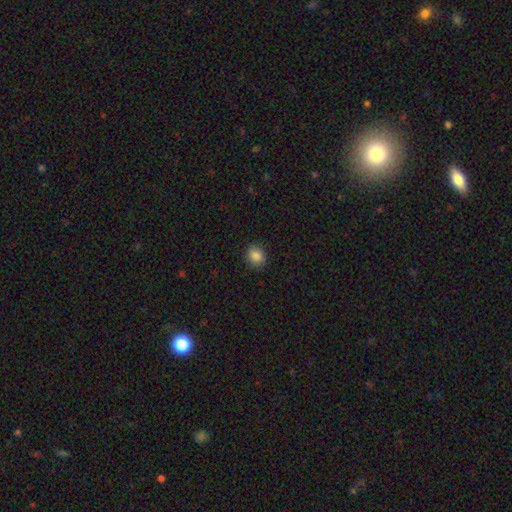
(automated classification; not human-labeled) smooth 86%, star or artifact 10%, featured or disk 4%. Down the decision tree: how rounded — round (60%); merging — none (89%).